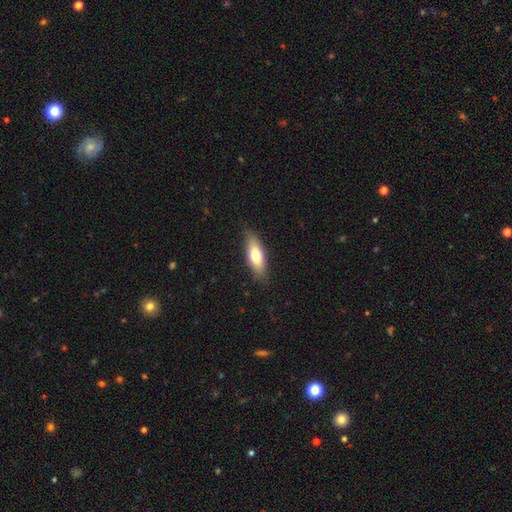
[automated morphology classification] The model was most divided on "how rounded": in between: 62%, cigar-shaped: 36%, round: 3%. More confident: merging — none (82%); smooth or featured — smooth (68%).